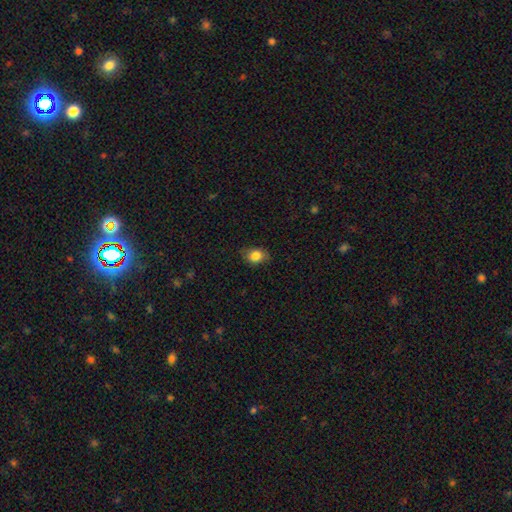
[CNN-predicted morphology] Overall: smooth (83%). How rounded: in between (66%; round 33%). Merging: none (79%).